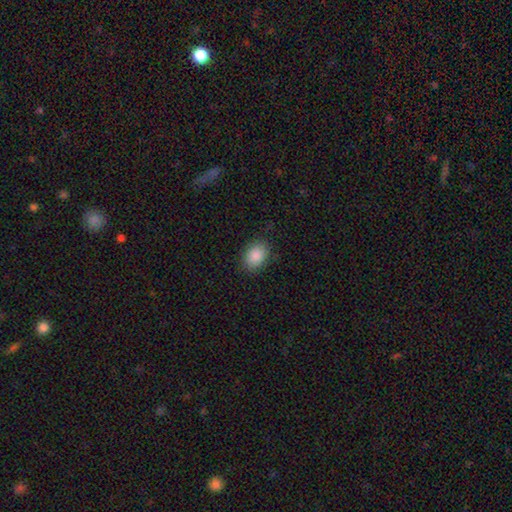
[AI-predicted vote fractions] Morphology: type=smooth (89%); roundness=in between (77%); merging=none (85%).